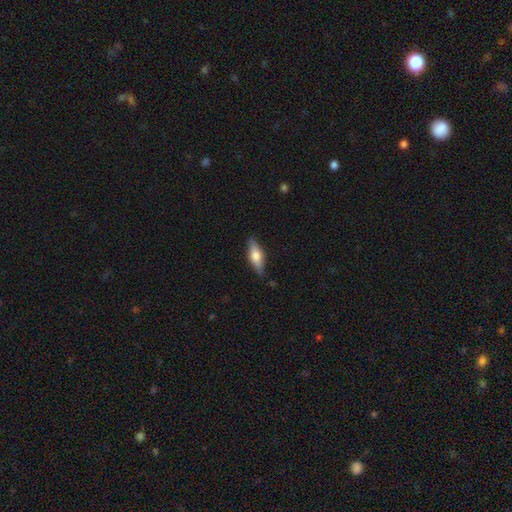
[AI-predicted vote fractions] Overall: smooth (54%; featured or disk 39%). How rounded: in between (56%; cigar-shaped 41%). Merging: none (85%).